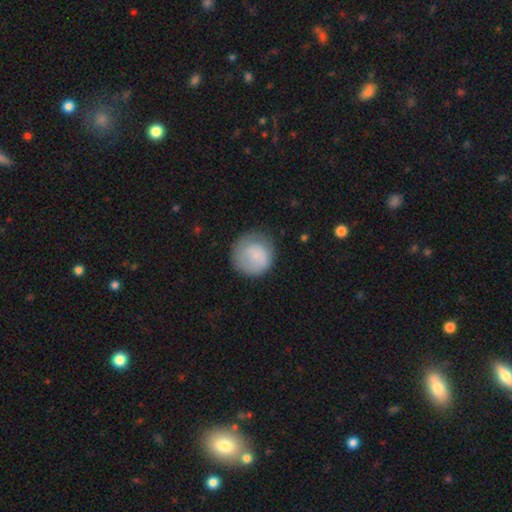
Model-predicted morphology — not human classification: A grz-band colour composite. It shows a smooth galaxy with no disk features (75%) that is round (91%). Merging: none (66%).